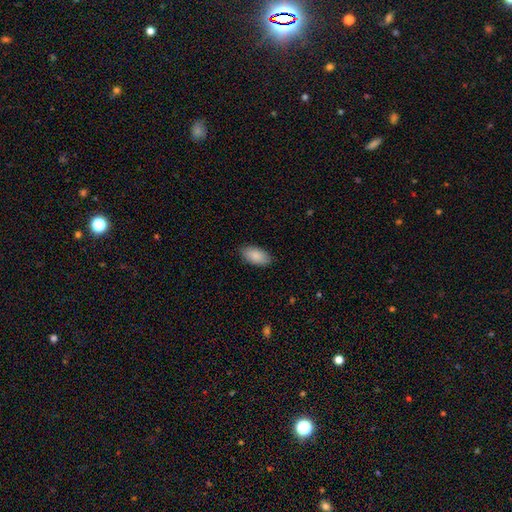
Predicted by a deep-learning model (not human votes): This is clearly a smooth galaxy (89%). How rounded: clearly in between (94%). Merging: clearly none (86%).